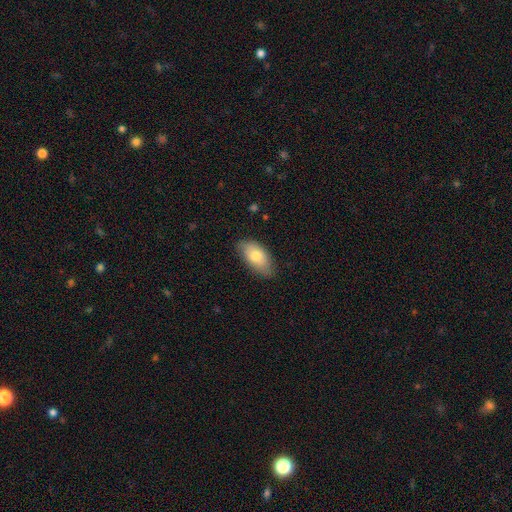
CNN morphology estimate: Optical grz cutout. It shows a smooth galaxy with no disk features (76%) that is in between round and cigar-shaped (93%). Merging: none (77%).